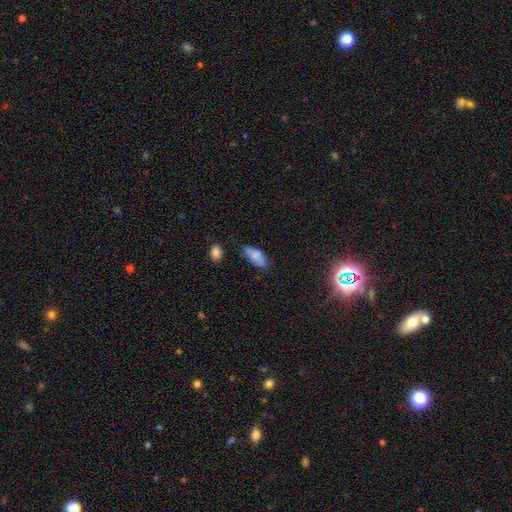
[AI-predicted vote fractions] Q: Smooth or featured?
A: smooth (75%); runner-up: featured or disk (17%)
Q: How rounded?
A: in between (81%); runner-up: cigar-shaped (17%)
Q: Merging?
A: none (64%); runner-up: minor disturbance (25%)